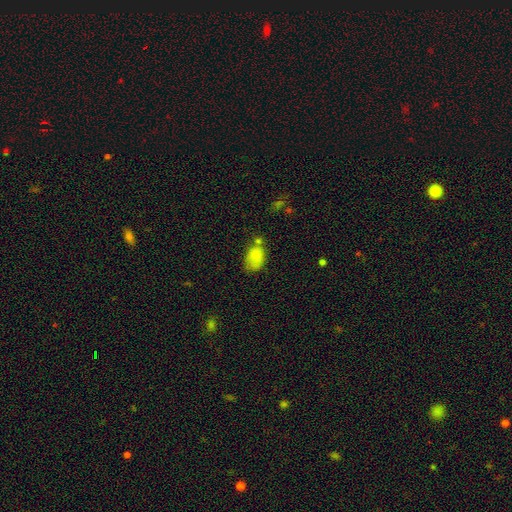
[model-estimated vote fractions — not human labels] Overall: smooth (80%). How rounded: in between (85%). Merging: none (41%; minor disturbance 30%).